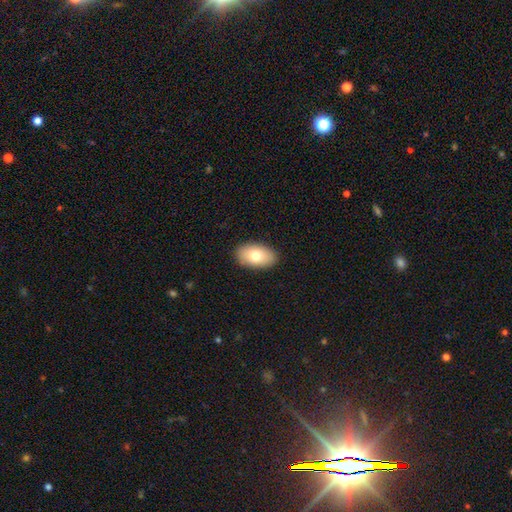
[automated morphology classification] type=smooth (76%); roundness=in between (93%); merging=none (89%).